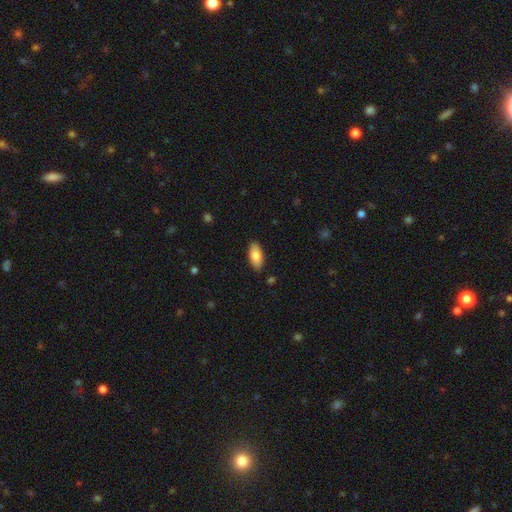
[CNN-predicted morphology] smooth_or_featured: smooth (p=0.83) [alt: featured or disk p=0.11]
how_rounded: in between (p=0.90) [alt: cigar-shaped p=0.07]
merging: none (p=0.87) [alt: minor disturbance p=0.10]